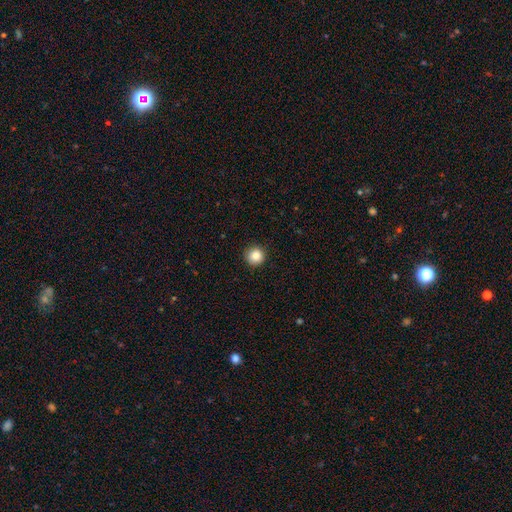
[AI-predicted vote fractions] smooth-or-featured: smooth: 85% | star or artifact: 10% | featured or disk: 5%
  how-rounded: round: 95% | in between: 4% | cigar-shaped: 1%
  merging: none: 92% | minor disturbance: 5% | major disturbance: 2% | merger: 1%